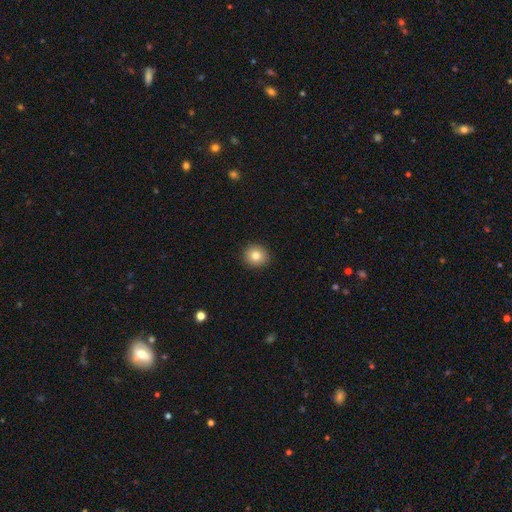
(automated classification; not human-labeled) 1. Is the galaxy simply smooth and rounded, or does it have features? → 82% smooth, 10% star or artifact, 8% featured or disk.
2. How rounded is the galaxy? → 86% round, 13% in between, 1% cigar-shaped.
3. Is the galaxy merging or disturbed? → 91% none, 6% minor disturbance, 2% major disturbance, 1% merger.